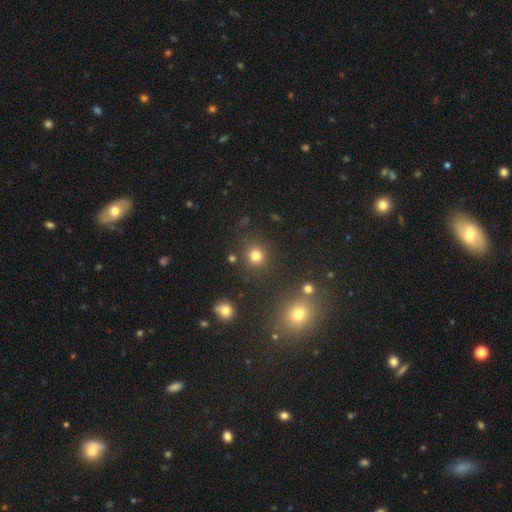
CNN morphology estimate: type=smooth (76%); roundness=round (91%); merging=none (86%).